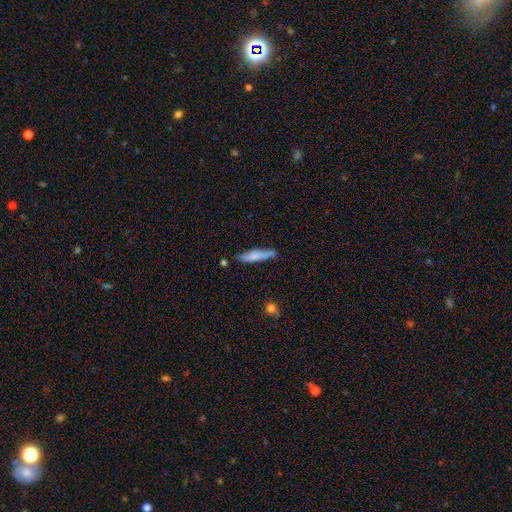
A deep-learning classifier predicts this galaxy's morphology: Smooth or featured: smooth — 73% (featured or disk — 22%)
How rounded: cigar-shaped — 85% (in between — 14%)
Merging: none — 79% (minor disturbance — 15%)